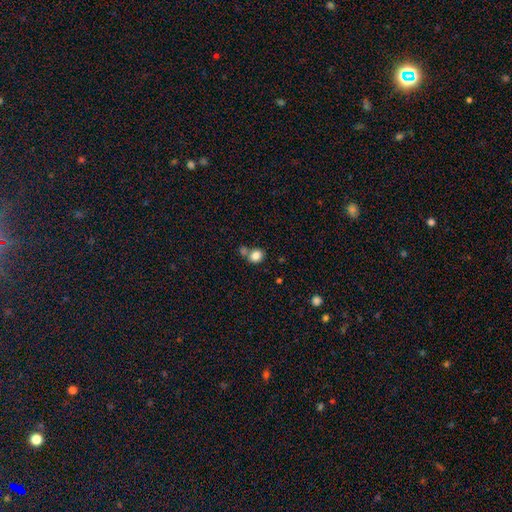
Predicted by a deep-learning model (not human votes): This appears to be a smooth galaxy with no disk features (84%) that is round (68%). Merging: none (56%).